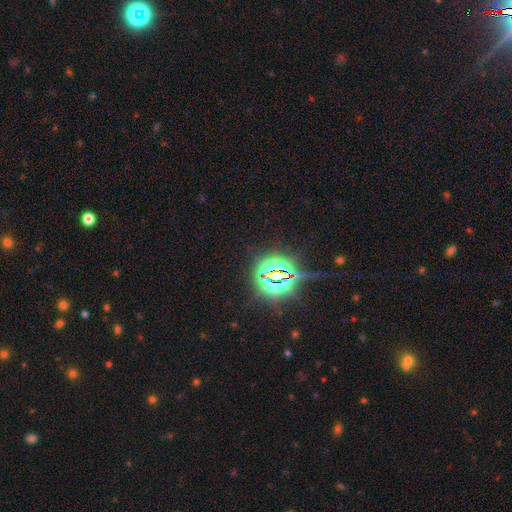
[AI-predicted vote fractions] Smooth or featured: star or artifact — 84% (smooth — 10%)